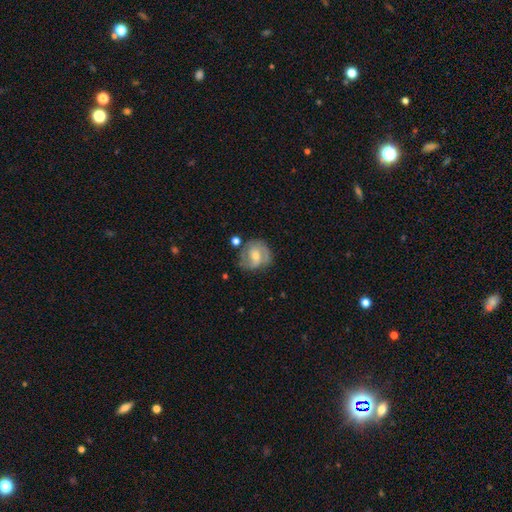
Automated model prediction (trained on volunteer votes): Smooth or featured? Predicted: featured or disk (p=0.69). Edge-on disk? Predicted: no (p=0.97). Bar? Predicted: weak (p=0.46). Spiral arms? Predicted: yes (p=0.88). Spiral winding? Predicted: medium (p=0.46). Spiral arm count? Predicted: 2 (p=0.67). Bulge size? Predicted: moderate (p=0.52). Merging? Predicted: none (p=0.66).